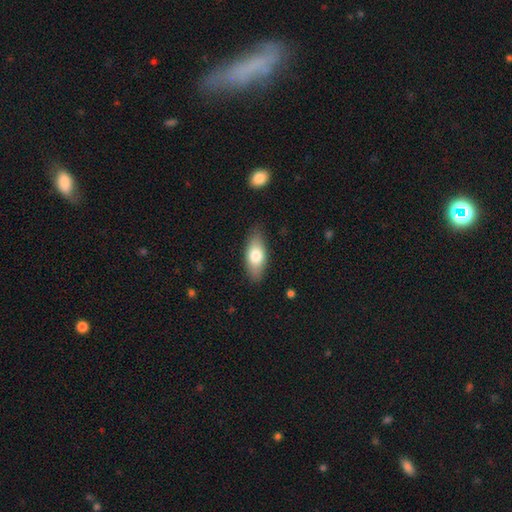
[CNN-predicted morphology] Overall: smooth (74%). How rounded: in between (82%). Merging: none (84%).